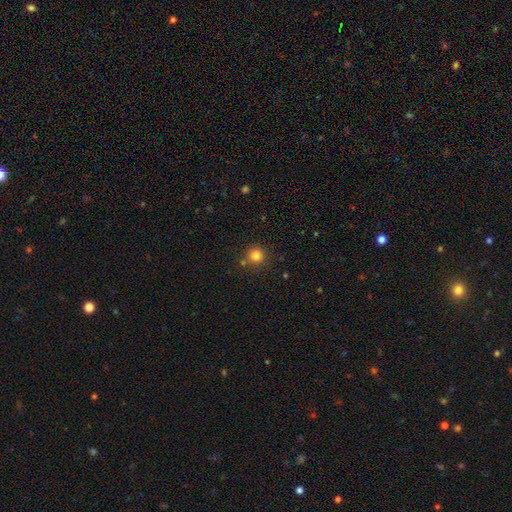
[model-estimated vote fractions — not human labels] smooth-or-featured: smooth: 81% | star or artifact: 14% | featured or disk: 5%
  how-rounded: round: 93% | in between: 6% | cigar-shaped: 1%
  merging: none: 81% | minor disturbance: 9% | merger: 7% | major disturbance: 3%